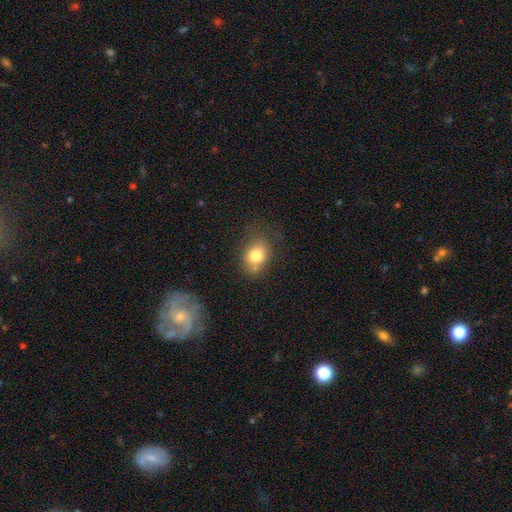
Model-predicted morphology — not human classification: type=smooth (77%); roundness=in between (57%); merging=none (60%).